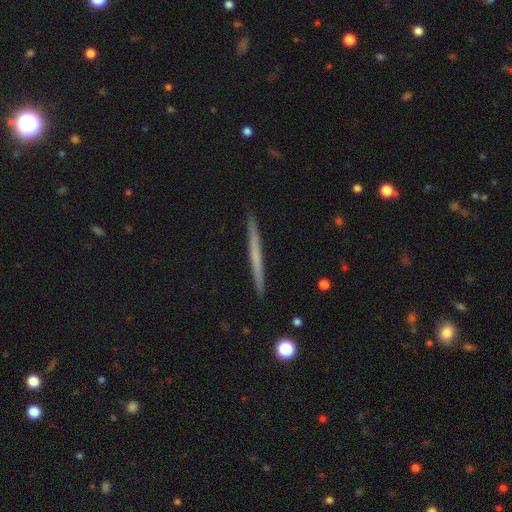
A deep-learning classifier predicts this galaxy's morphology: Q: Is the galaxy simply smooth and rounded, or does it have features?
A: smooth — 47%, tied with featured or disk.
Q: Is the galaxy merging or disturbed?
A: none — 93%.